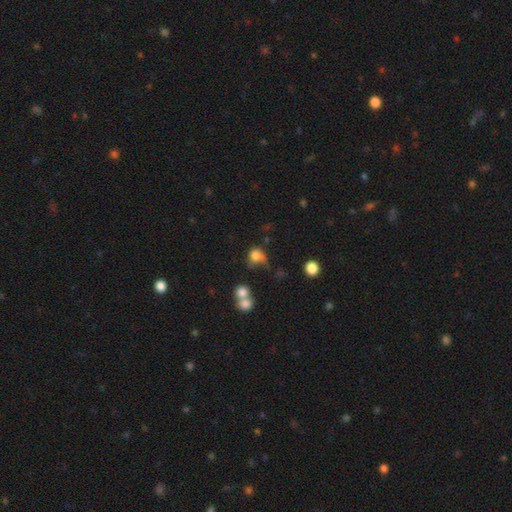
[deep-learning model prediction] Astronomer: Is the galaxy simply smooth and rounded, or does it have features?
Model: smooth — 75%.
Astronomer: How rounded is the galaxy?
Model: round — 68%.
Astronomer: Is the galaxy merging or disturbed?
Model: none — 34% (runner-up: minor disturbance, 25%).